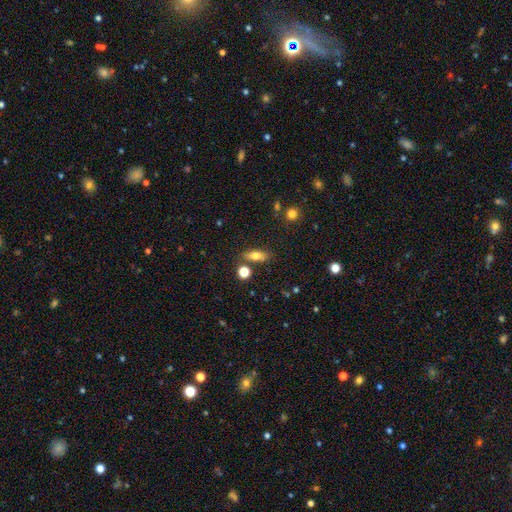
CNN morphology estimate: Smooth or featured? smooth (72%)
How rounded? in between (71%)
Merging? none (75%)